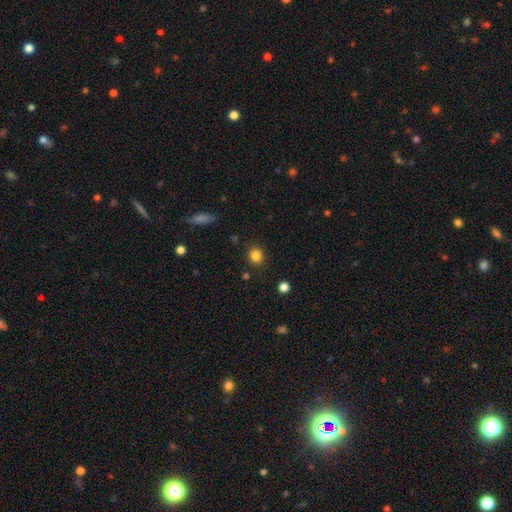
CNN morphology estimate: Smooth or featured? Predicted: smooth (p=0.84). How rounded? Predicted: round (p=0.75). Merging? Predicted: none (p=0.87).